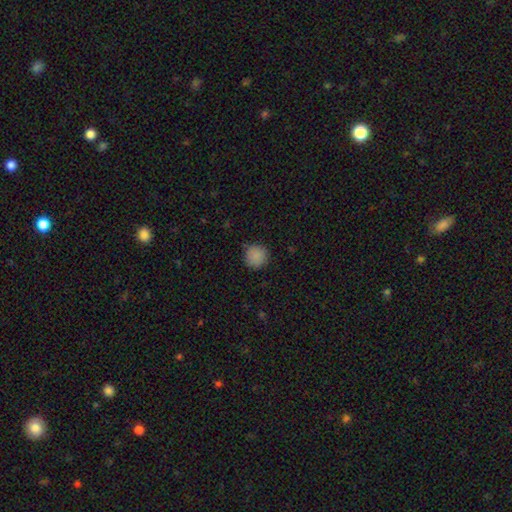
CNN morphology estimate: A smooth galaxy with no disk features (87%) that is round (93%).

Vote fractions:
- Smooth or featured? smooth: 87% / star or artifact: 9% / featured or disk: 4%
- How rounded? round: 93% / in between: 6% / cigar-shaped: 1%
- Merging? none: 85% / minor disturbance: 11% / major disturbance: 3% / merger: 1%